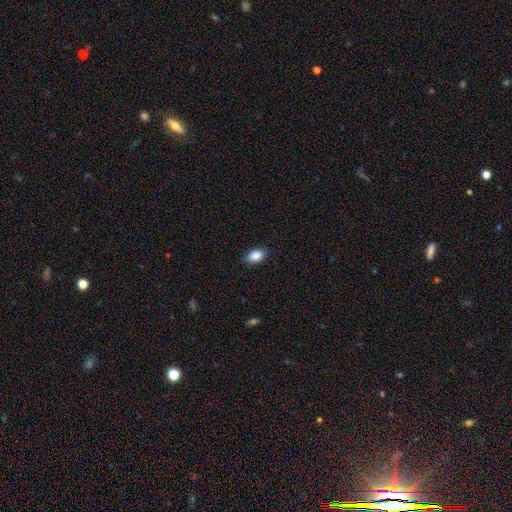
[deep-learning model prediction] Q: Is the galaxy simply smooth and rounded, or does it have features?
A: smooth — 89%.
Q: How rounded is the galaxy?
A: in between — 89%.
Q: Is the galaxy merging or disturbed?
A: none — 87%.